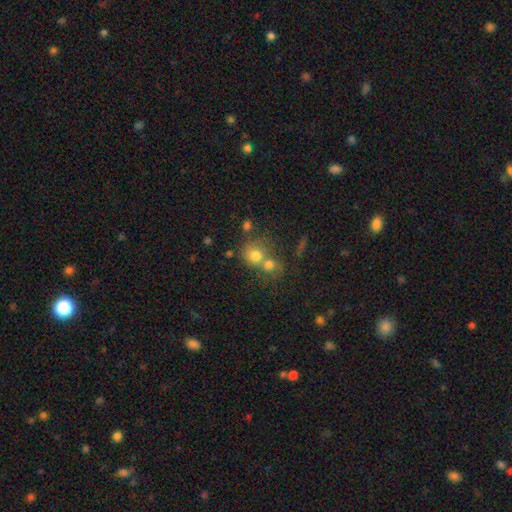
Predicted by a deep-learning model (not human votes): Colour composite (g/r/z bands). It shows a smooth galaxy with no disk features (73%) that is round (75%). Merging: merger (61%).